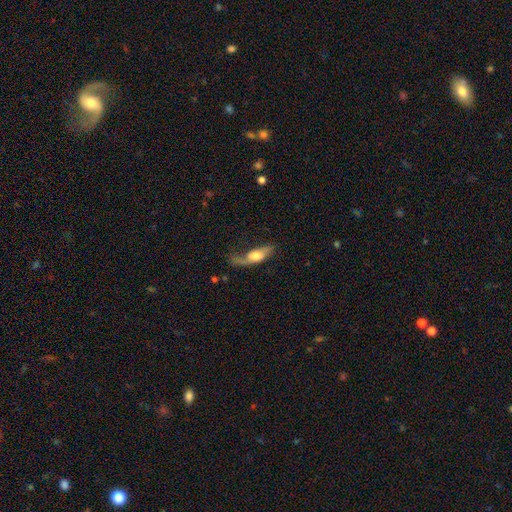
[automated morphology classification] A featured or disk galaxy (49%).

Vote fractions:
- Smooth or featured? featured or disk: 49% / smooth: 44% / star or artifact: 7%
- Merging? none: 36% / major disturbance: 35% / minor disturbance: 24% / merger: 5%